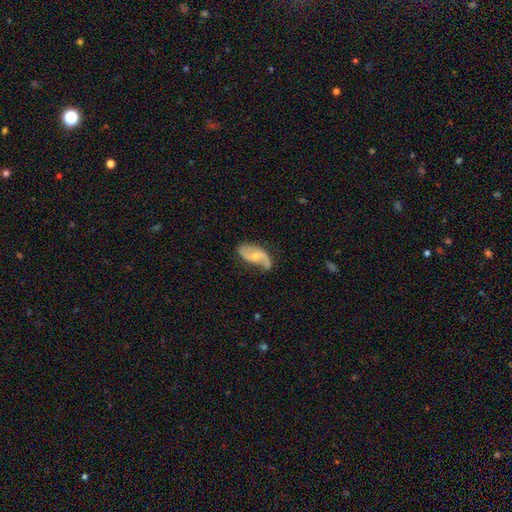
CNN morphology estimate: type=featured or disk (77%); edge-on=no (96%); bar=no (56%); spiral arms=yes (93%); winding=loose (58%); arm count=2 (83%); bulge=small (53%); merging=none (58%).